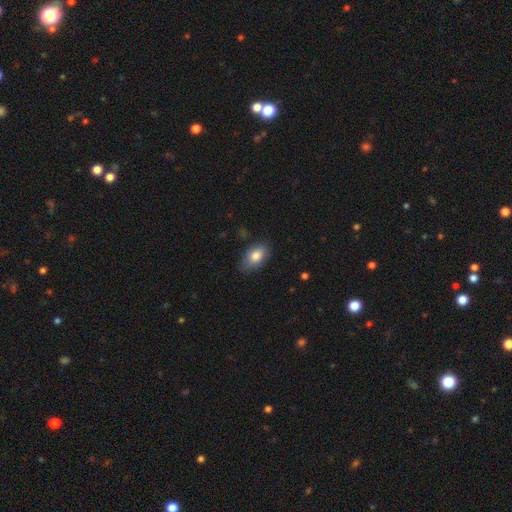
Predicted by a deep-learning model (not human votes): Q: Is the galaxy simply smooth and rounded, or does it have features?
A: smooth — 82%.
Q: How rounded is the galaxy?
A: in between — 90%.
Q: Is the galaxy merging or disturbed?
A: none — 75%.